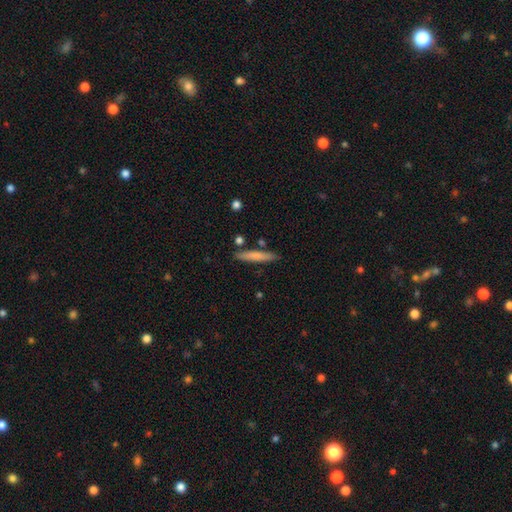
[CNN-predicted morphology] type=smooth (72%); roundness=cigar-shaped (92%); merging=none (84%).